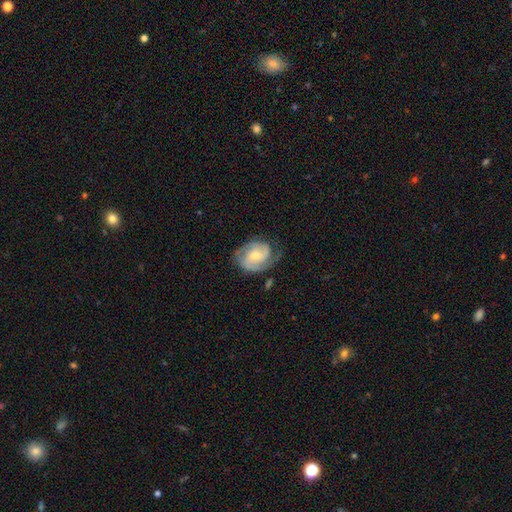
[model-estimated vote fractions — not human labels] Smooth or featured? Predicted: featured or disk (p=0.78). Edge-on disk? Predicted: no (p=0.98). Bar? Predicted: no (p=0.48). Spiral arms? Predicted: yes (p=0.95). Spiral winding? Predicted: medium (p=0.44). Spiral arm count? Predicted: 2 (p=0.67). Bulge size? Predicted: small (p=0.48). Merging? Predicted: none (p=0.64).